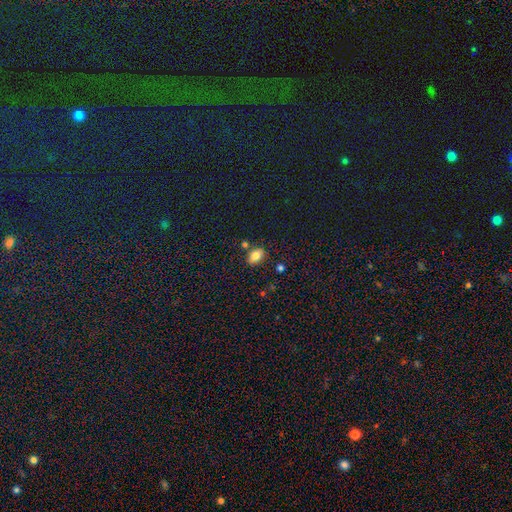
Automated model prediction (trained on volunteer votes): Smooth or featured? smooth (80%)
How rounded? in between (84%)
Merging? none (80%)